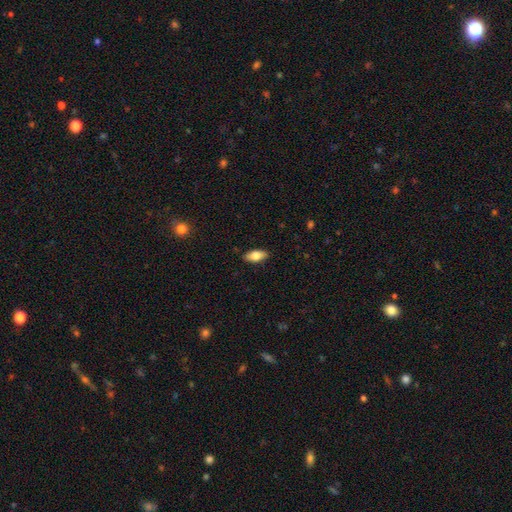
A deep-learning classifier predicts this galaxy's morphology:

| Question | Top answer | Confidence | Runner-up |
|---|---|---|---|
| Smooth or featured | smooth | 74% | featured or disk (19%) |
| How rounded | in between | 85% | cigar-shaped (12%) |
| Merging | none | 87% | minor disturbance (10%) |